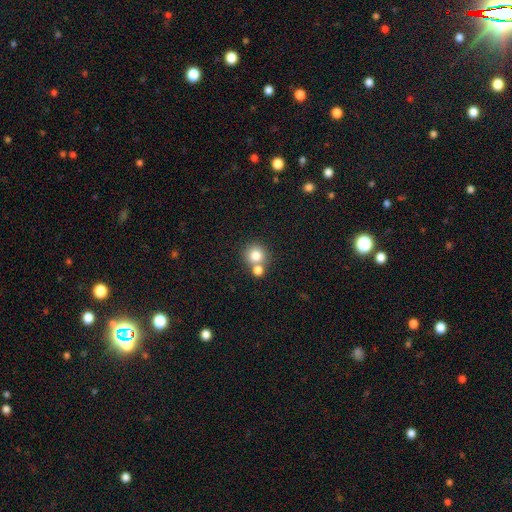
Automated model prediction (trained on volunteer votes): Smooth or featured? Predicted: smooth (p=0.79). How rounded? Predicted: round (p=0.91). Merging? Predicted: none (p=0.58).